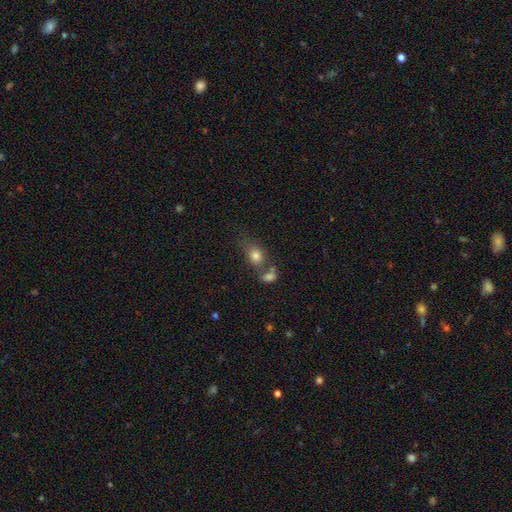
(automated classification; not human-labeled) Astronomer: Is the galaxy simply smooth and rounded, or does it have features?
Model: smooth — 77%.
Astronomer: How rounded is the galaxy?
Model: in between — 51% (runner-up: round, 46%).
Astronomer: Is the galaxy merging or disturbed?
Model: merger — 40% (runner-up: none, 38%).